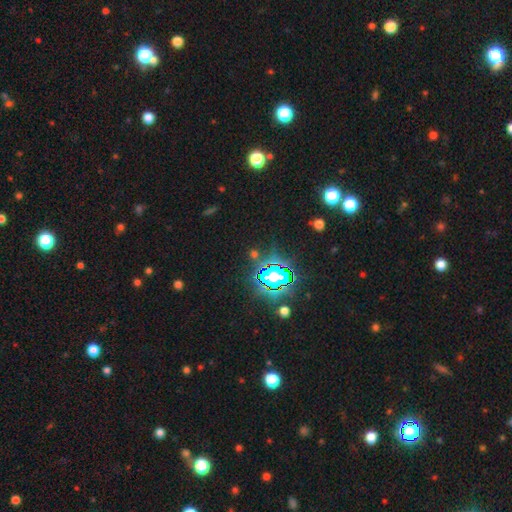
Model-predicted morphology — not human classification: A star or artifact, not a galaxy (76%).